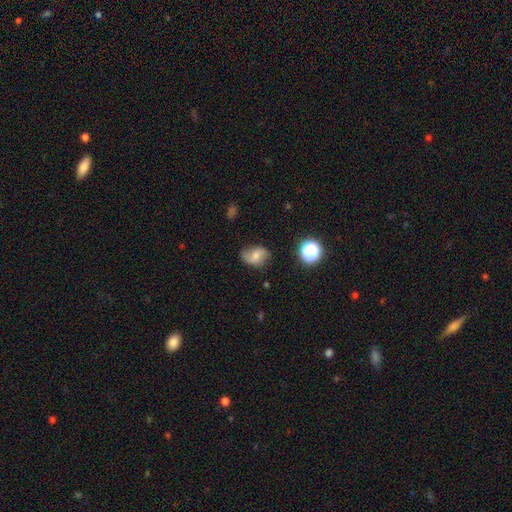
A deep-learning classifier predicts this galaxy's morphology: Q: Smooth or featured?
A: smooth (51%); runner-up: featured or disk (36%)
Q: How rounded?
A: in between (67%); runner-up: round (31%)
Q: Merging?
A: none (62%); runner-up: minor disturbance (27%)